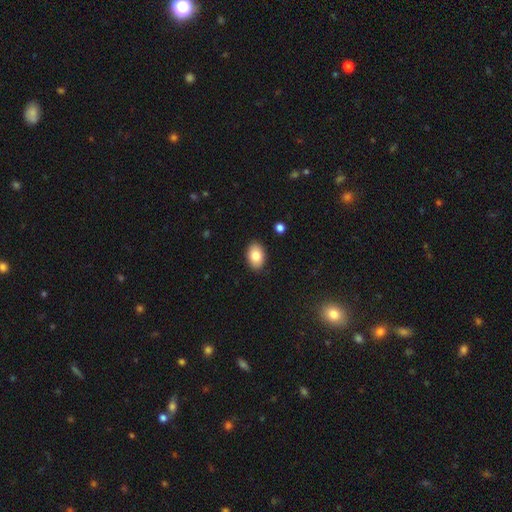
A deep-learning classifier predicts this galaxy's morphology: A smooth galaxy with no disk features (83%) that is in between round and cigar-shaped (87%). Merging: none (89%).